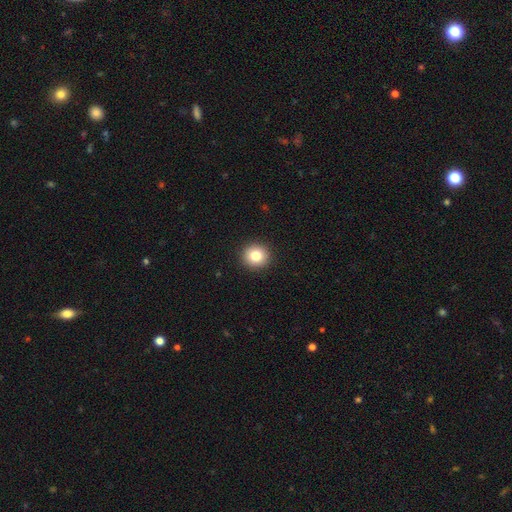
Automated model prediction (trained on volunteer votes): Q: Smooth or featured?
A: smooth (82%); runner-up: star or artifact (10%)
Q: How rounded?
A: round (92%); runner-up: in between (7%)
Q: Merging?
A: none (93%); runner-up: minor disturbance (5%)